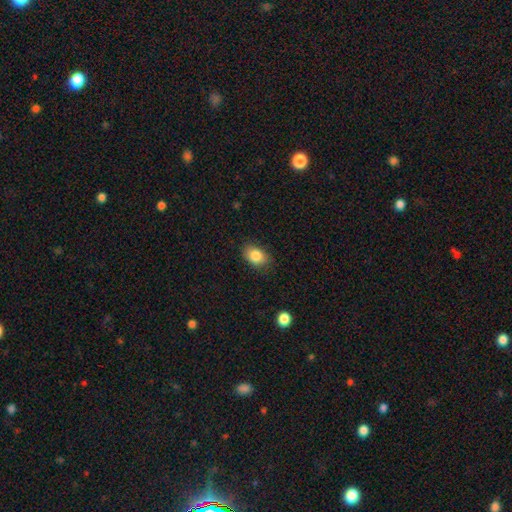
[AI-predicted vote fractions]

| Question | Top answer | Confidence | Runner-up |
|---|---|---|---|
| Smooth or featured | smooth | 85% | star or artifact (8%) |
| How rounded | in between | 79% | round (20%) |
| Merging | none | 84% | minor disturbance (12%) |